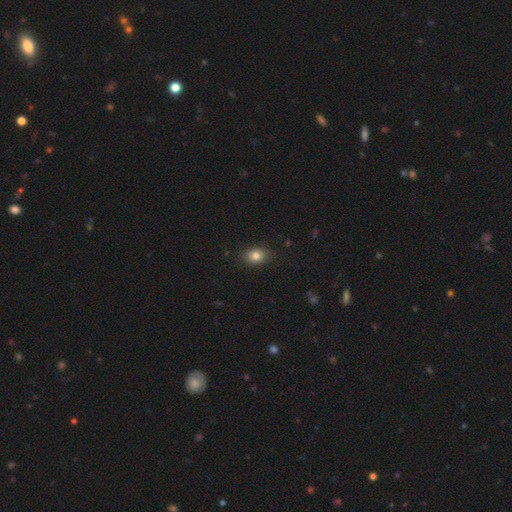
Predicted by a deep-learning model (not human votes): A smooth galaxy with no disk features (82%) that is in between round and cigar-shaped (66%). Merging: none (85%).